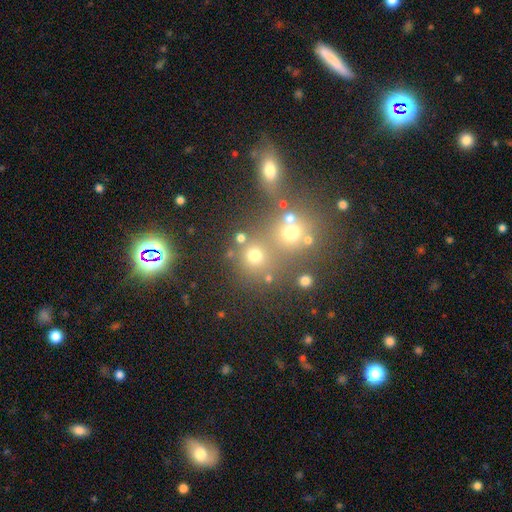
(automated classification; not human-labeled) Smooth or featured: smooth — 65% (star or artifact — 25%)
How rounded: round — 84% (in between — 14%)
Merging: none — 62% (merger — 25%)